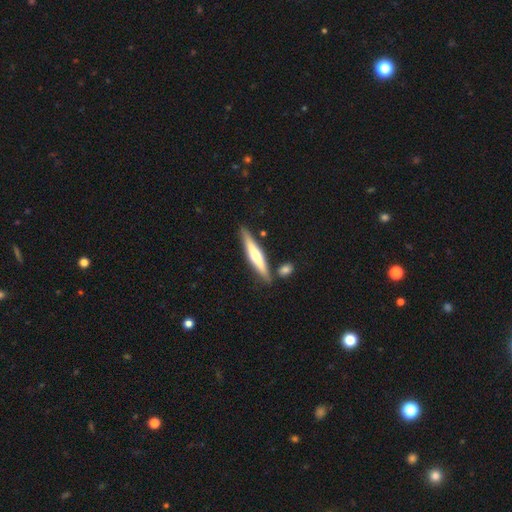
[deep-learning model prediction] Q: Smooth or featured?
A: featured or disk (53%); runner-up: smooth (42%)
Q: Edge-on disk?
A: yes (95%); runner-up: no (5%)
Q: Edge-on bulge?
A: rounded (83%); runner-up: none (9%)
Q: Merging?
A: none (80%); runner-up: minor disturbance (10%)